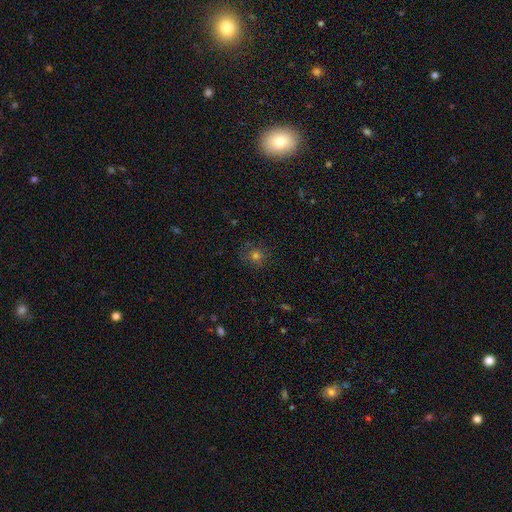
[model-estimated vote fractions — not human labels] Smooth or featured? smooth (69%)
How rounded? round (86%)
Merging? none (81%)